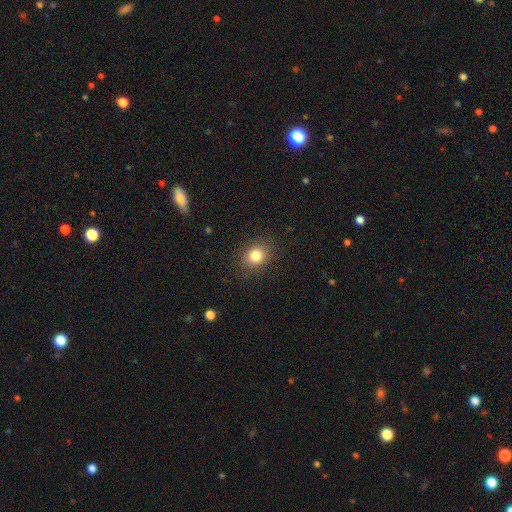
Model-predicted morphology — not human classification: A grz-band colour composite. It shows a smooth galaxy with no disk features (82%) that is round (66%). Merging: none (86%).